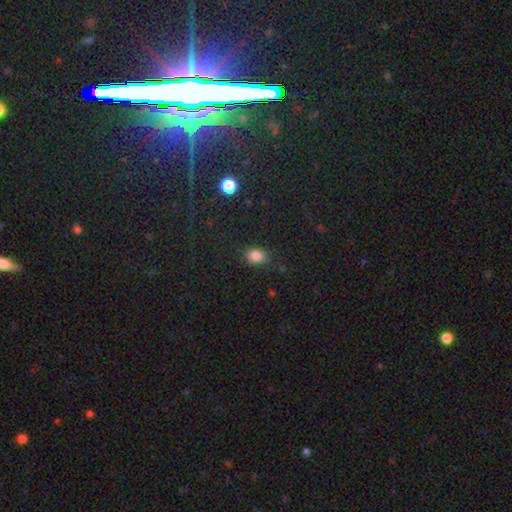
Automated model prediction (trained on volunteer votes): Morphology: type=smooth (83%); roundness=in between (71%); merging=none (82%).